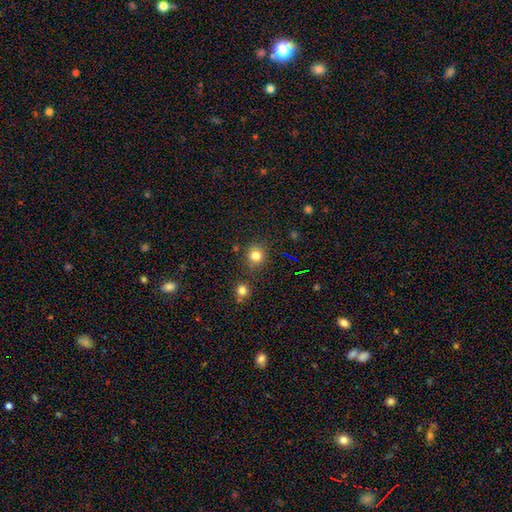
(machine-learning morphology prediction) Q: Smooth or featured?
A: smooth (80%); runner-up: star or artifact (14%)
Q: How rounded?
A: round (88%); runner-up: in between (11%)
Q: Merging?
A: none (83%); runner-up: minor disturbance (9%)